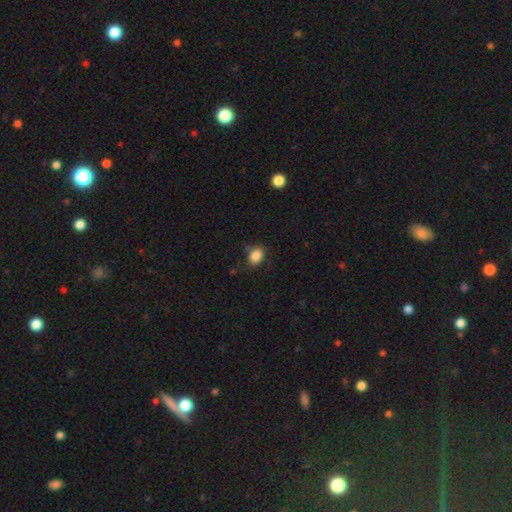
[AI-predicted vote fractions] Smooth or featured: smooth — 86% (star or artifact — 10%)
How rounded: in between — 52% (round — 47%)
Merging: none — 73% (minor disturbance — 20%)